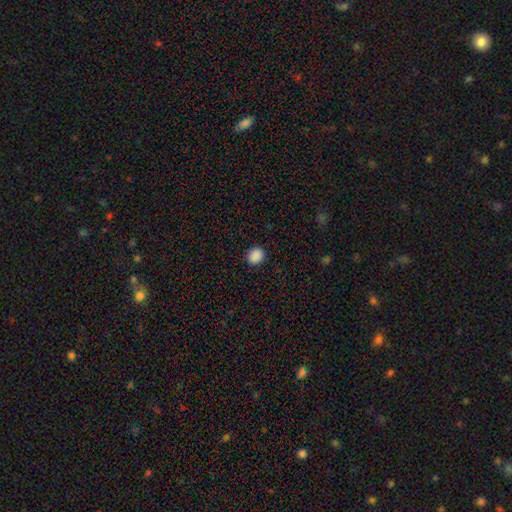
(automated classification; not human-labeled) Q: Smooth or featured?
A: smooth (88%); runner-up: star or artifact (9%)
Q: How rounded?
A: round (74%); runner-up: in between (26%)
Q: Merging?
A: none (91%); runner-up: minor disturbance (6%)